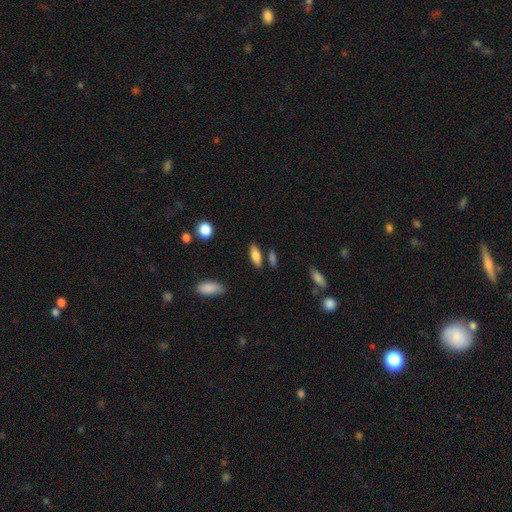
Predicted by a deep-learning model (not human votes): Morphology: type=smooth (77%); roundness=in between (70%); merging=none (80%).